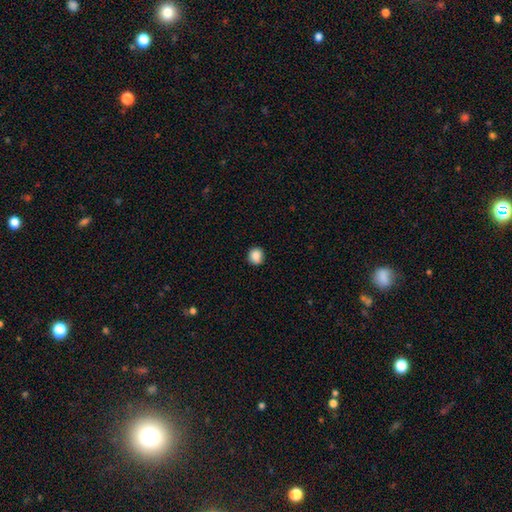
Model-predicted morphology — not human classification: This appears to be a smooth galaxy with no disk features (88%) that is round (84%). Merging: none (88%).